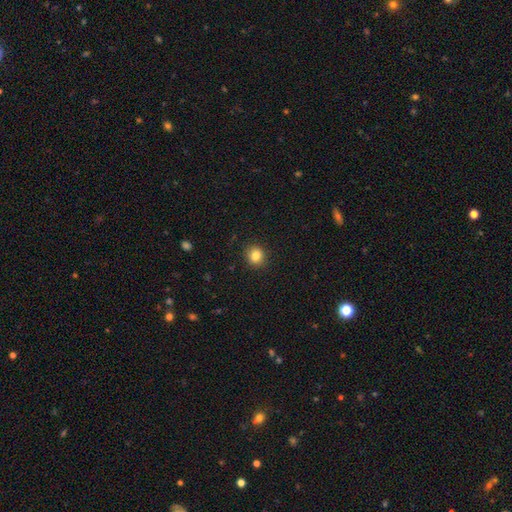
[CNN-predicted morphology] This is clearly a smooth galaxy (84%). How rounded: clearly round (80%). Merging: clearly none (90%).